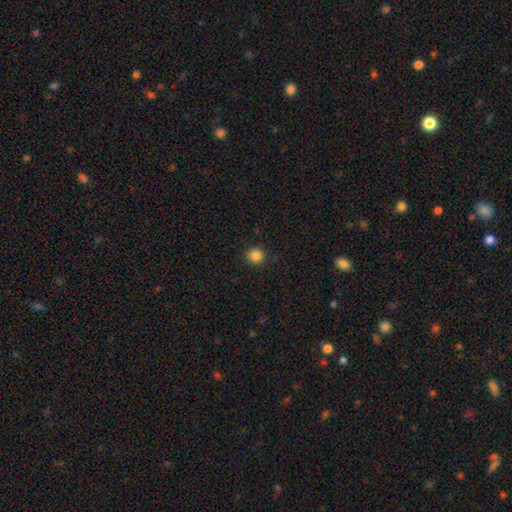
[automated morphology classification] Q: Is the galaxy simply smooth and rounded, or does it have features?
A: smooth — 86%.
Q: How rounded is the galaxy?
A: round — 91%.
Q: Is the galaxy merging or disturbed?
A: none — 91%.